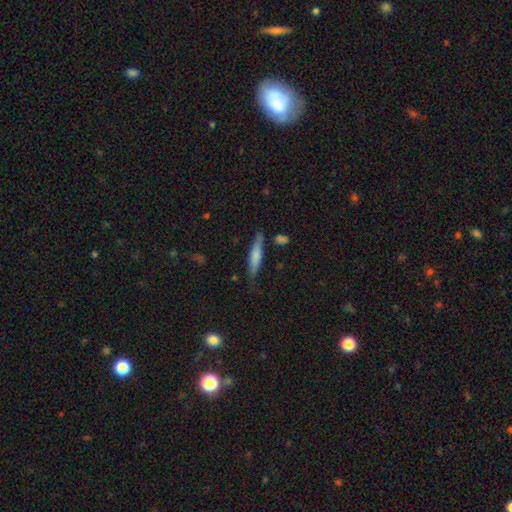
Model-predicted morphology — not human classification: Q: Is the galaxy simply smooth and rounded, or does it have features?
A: smooth — 64%.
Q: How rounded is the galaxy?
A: cigar-shaped — 87%.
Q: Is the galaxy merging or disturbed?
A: none — 76%.